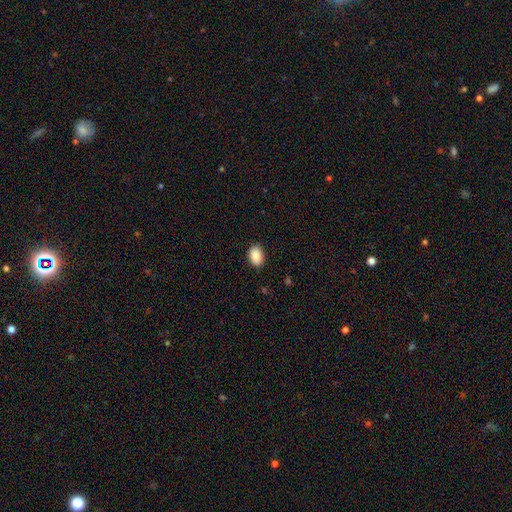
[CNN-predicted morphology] Smooth or featured? smooth (90%)
How rounded? in between (86%)
Merging? none (88%)